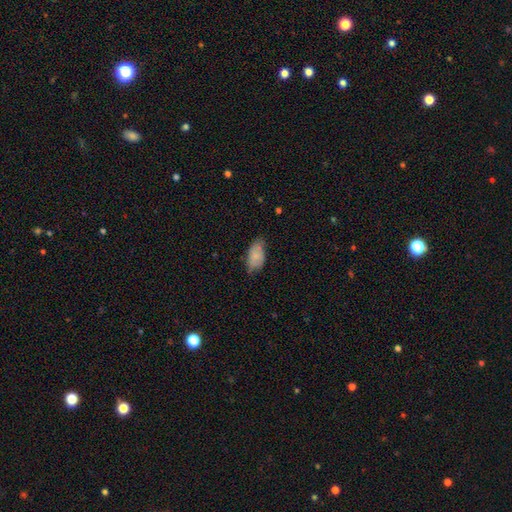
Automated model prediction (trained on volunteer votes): smooth_or_featured: smooth (p=0.77) [alt: featured or disk p=0.17]
how_rounded: in between (p=0.94) [alt: round p=0.04]
merging: none (p=0.56) [alt: minor disturbance p=0.36]